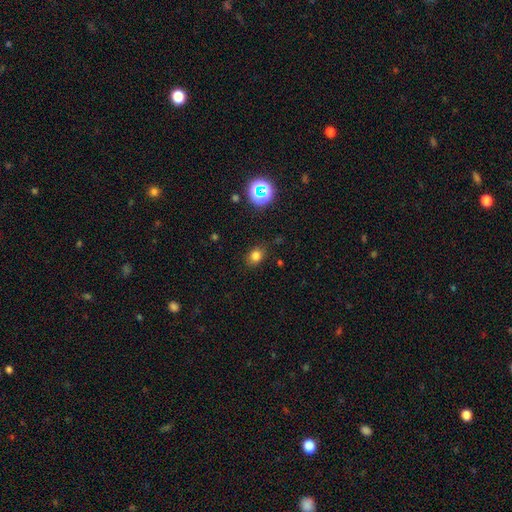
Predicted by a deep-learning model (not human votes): Overall: smooth (77%). How rounded: in between (52%; round 47%). Merging: none (82%).